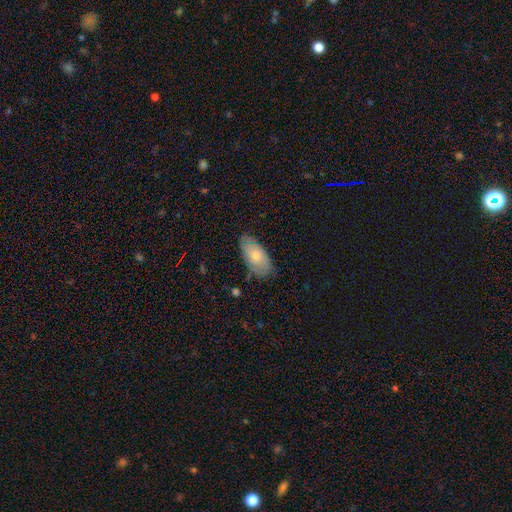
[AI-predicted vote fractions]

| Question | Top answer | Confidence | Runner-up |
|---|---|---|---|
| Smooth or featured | smooth | 69% | featured or disk (25%) |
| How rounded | in between | 93% | cigar-shaped (4%) |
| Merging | none | 76% | minor disturbance (19%) |